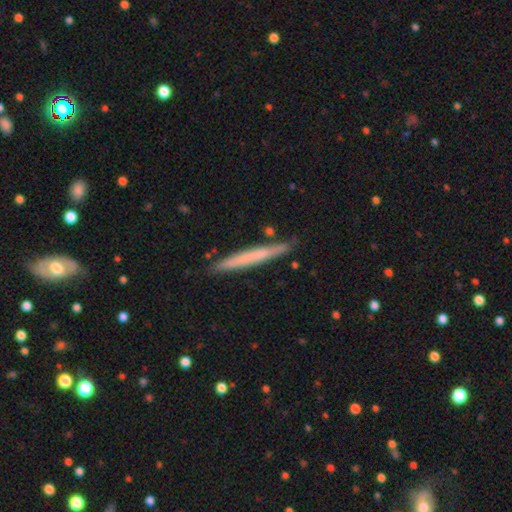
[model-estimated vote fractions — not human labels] A smooth galaxy with no disk features (52%) that is cigar-shaped (97%). Merging: none (87%).